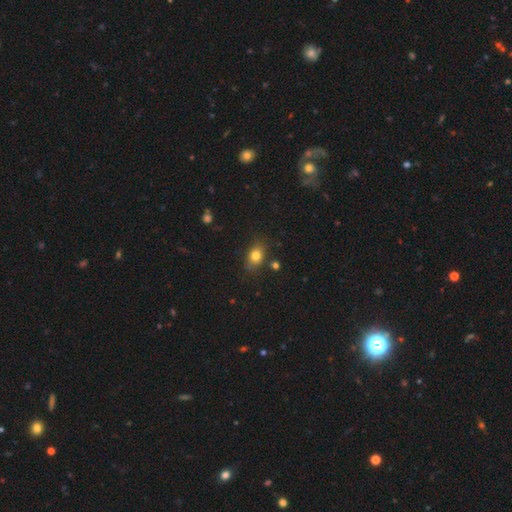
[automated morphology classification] The model was most divided on "how rounded": in between: 66%, round: 32%, cigar-shaped: 2%. More confident: smooth or featured — smooth (80%); merging — none (77%).